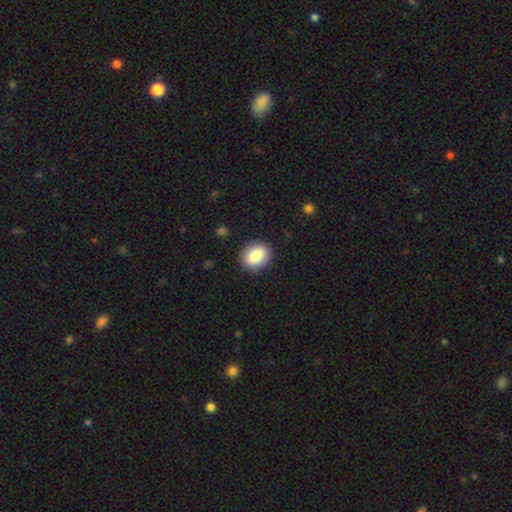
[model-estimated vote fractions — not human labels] The model was most divided on "how rounded": in between: 57%, round: 42%, cigar-shaped: 1%. More confident: merging — none (88%); smooth or featured — smooth (84%).